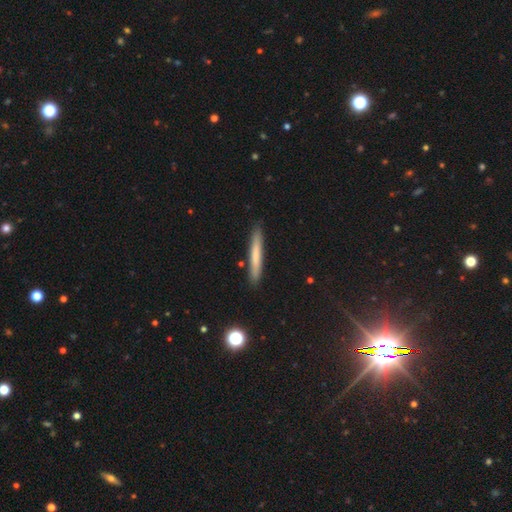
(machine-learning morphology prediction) Smooth or featured?
  - smooth: 69% *
  - featured or disk: 24%
  - star or artifact: 7%
How rounded?
  - cigar-shaped: 96% *
  - in between: 3%
  - round: 1%
Merging?
  - none: 88% *
  - minor disturbance: 9%
  - merger: 2%
  - major disturbance: 2%